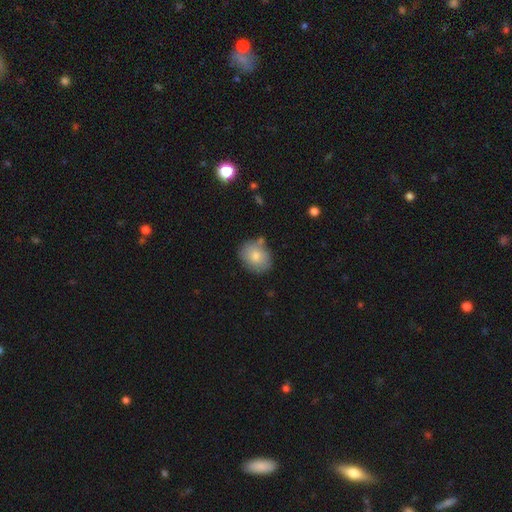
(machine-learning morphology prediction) Smooth or featured? smooth (78%)
How rounded? round (53%)
Merging? none (71%)